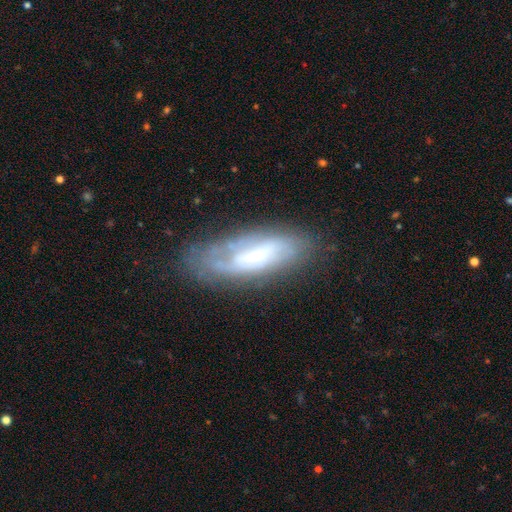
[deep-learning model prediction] featured or disk 61%, smooth 31%, star or artifact 8%. Down the decision tree: edge-on disk — no (79%); merging — none (64%).